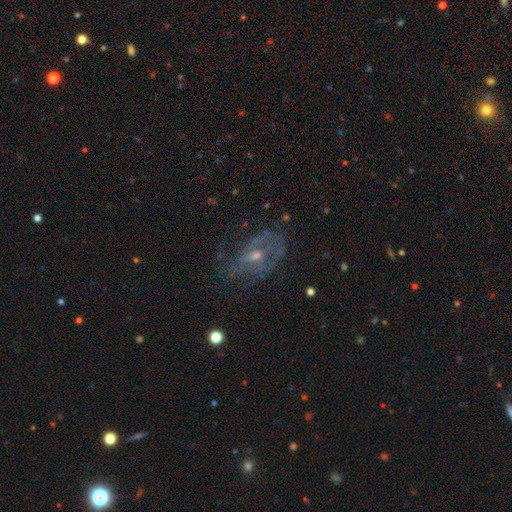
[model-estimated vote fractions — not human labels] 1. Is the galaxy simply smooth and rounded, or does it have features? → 67% featured or disk, 21% smooth, 12% star or artifact.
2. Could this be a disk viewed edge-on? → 94% no, 6% yes.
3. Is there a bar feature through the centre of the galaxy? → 60% no, 33% weak, 7% strong.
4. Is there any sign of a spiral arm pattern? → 58% yes, 42% no.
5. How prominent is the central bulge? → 49% small, 45% moderate, 3% none, 2% large, 1% dominant.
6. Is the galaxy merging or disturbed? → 50% none, 24% major disturbance, 24% minor disturbance, 2% merger.